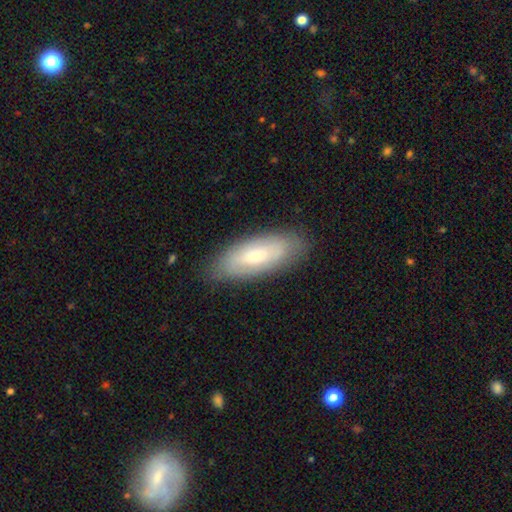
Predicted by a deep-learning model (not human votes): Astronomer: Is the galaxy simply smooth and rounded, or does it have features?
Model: smooth — 58% (runner-up: featured or disk, 36%).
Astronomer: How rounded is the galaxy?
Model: in between — 75%.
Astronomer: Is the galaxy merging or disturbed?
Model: none — 83%.